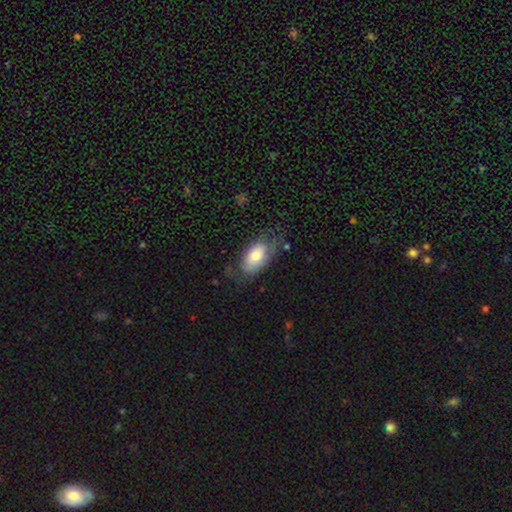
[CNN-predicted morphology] smooth 63%, featured or disk 31%, star or artifact 6%. Down the decision tree: how rounded — in between (93%); merging — none (56%).